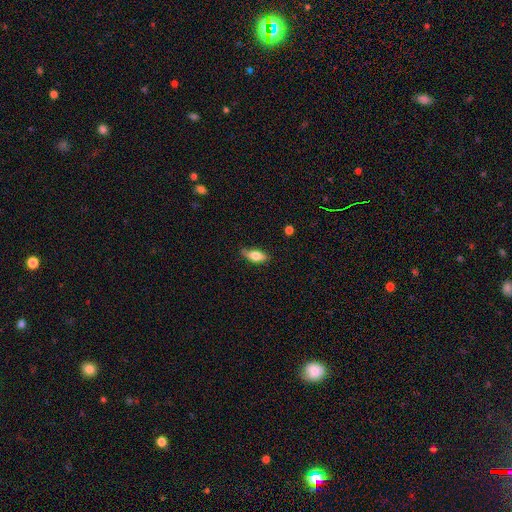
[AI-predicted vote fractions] Smooth or featured? Predicted: smooth (p=0.78). How rounded? Predicted: in between (p=0.81). Merging? Predicted: none (p=0.72).